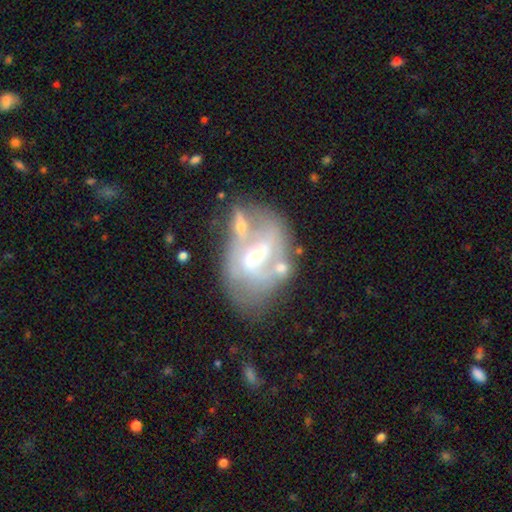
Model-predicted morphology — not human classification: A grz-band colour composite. It shows a featured or disk galaxy (79%) with a weak bar (42%), 2 (61%) medium (41%) spiral arms (74%) and a small central bulge (56%). Merging: none (44%).